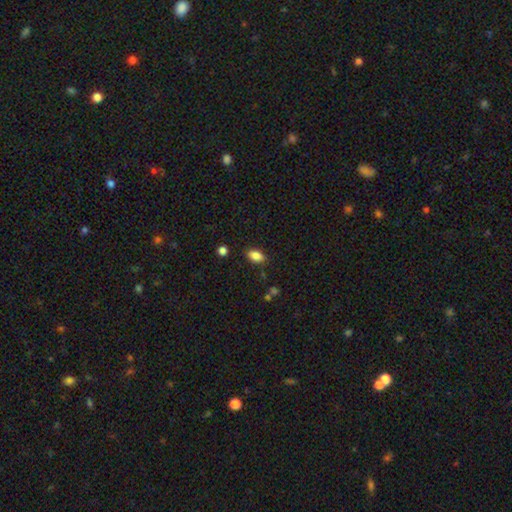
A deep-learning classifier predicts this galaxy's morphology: type=smooth (85%); roundness=in between (89%); merging=none (85%).